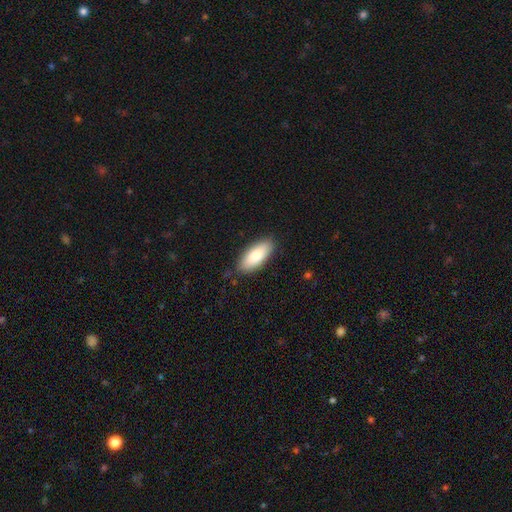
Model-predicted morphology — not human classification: Smooth or featured? smooth (81%)
How rounded? in between (84%)
Merging? none (86%)